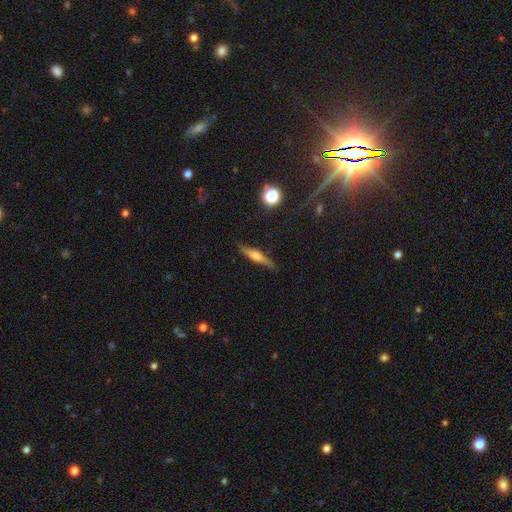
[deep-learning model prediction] Overall: featured or disk (60%; smooth 33%). Edge-on disk: yes (96%). Edge-on bulge: rounded (81%). Merging: none (86%).